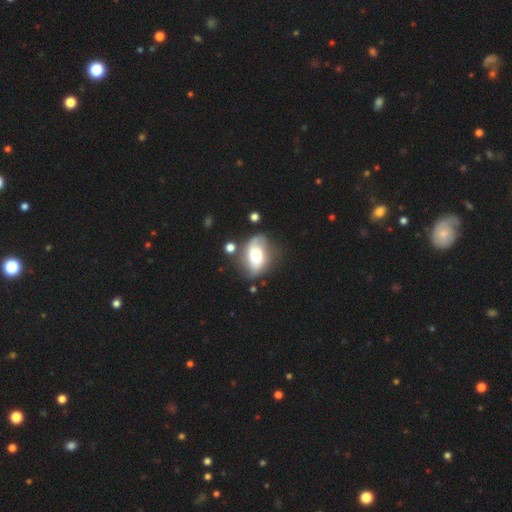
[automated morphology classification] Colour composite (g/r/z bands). It shows a featured or disk galaxy (50%). Merging: none (53%).